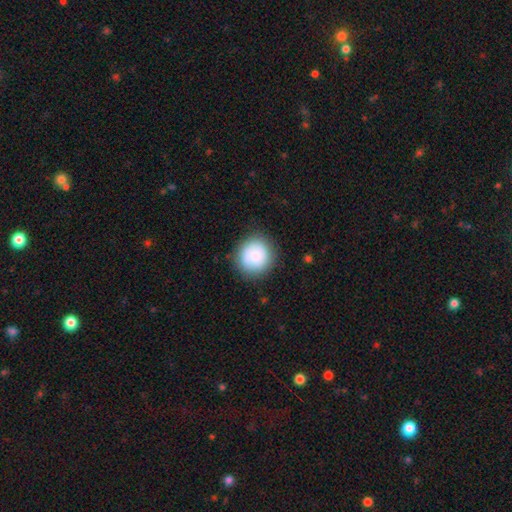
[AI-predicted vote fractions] The model was most divided on "smooth or featured": smooth: 82%, featured or disk: 11%, star or artifact: 8%. More confident: how rounded — round (92%); merging — none (85%).